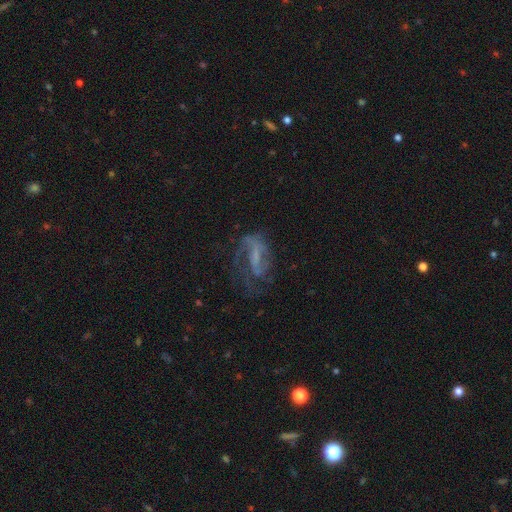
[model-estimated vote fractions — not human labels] smooth_or_featured: featured or disk (p=0.69) [alt: smooth p=0.19]
disk_edge_on: no (p=0.92) [alt: yes p=0.08]
bar: weak (p=0.37) [alt: strong p=0.32]
has_spiral_arms: yes (p=0.75) [alt: no p=0.25]
bulge_size: none (p=0.46) [alt: small p=0.31]
merging: none (p=0.44) [alt: major disturbance p=0.33]